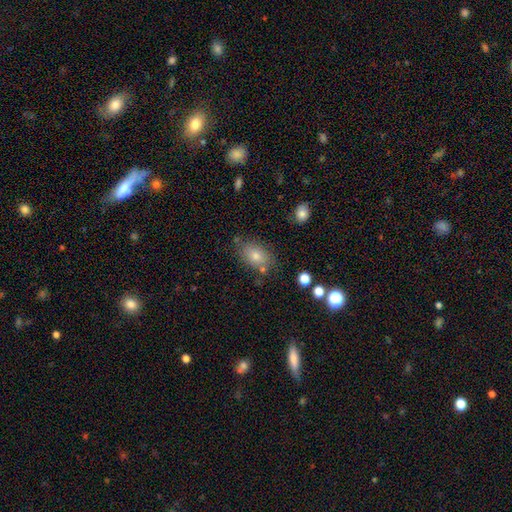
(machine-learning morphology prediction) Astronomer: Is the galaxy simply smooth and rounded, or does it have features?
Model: smooth — 73%.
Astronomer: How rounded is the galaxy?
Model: in between — 78%.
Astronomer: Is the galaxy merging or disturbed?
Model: none — 76%.